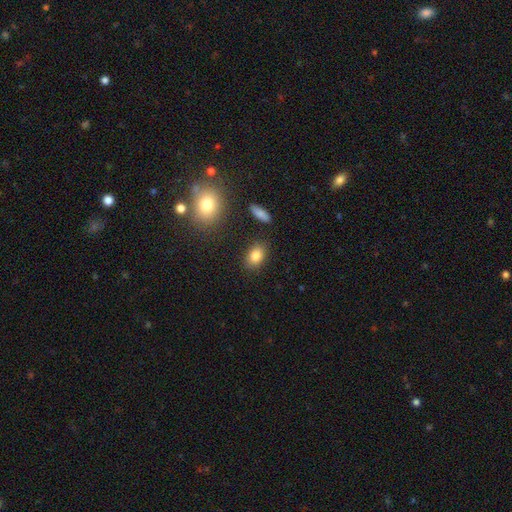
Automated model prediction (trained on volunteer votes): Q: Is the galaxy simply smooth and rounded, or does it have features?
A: smooth — 83%.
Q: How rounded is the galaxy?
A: in between — 81%.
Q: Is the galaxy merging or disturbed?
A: none — 84%.